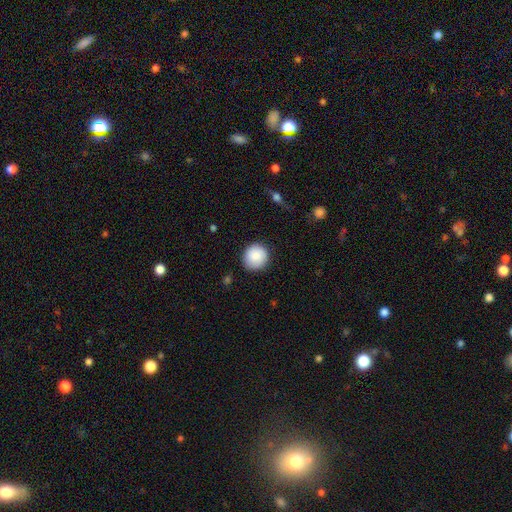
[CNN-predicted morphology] smooth_or_featured: smooth (p=0.88) [alt: star or artifact p=0.07]
how_rounded: round (p=0.91) [alt: in between p=0.08]
merging: none (p=0.87) [alt: minor disturbance p=0.10]